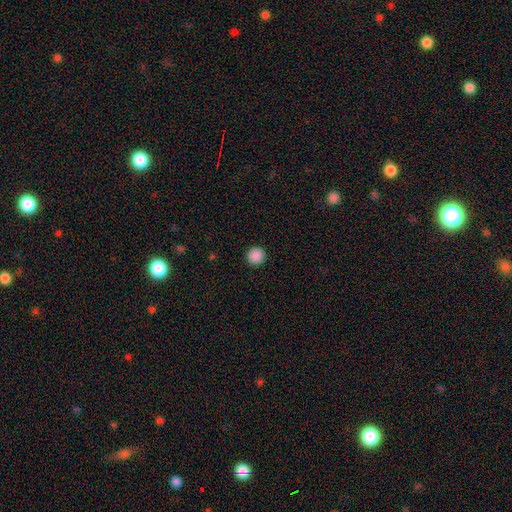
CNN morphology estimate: The model was most divided on "smooth or featured": smooth: 89%, star or artifact: 9%, featured or disk: 2%. More confident: how rounded — round (95%); merging — none (93%).